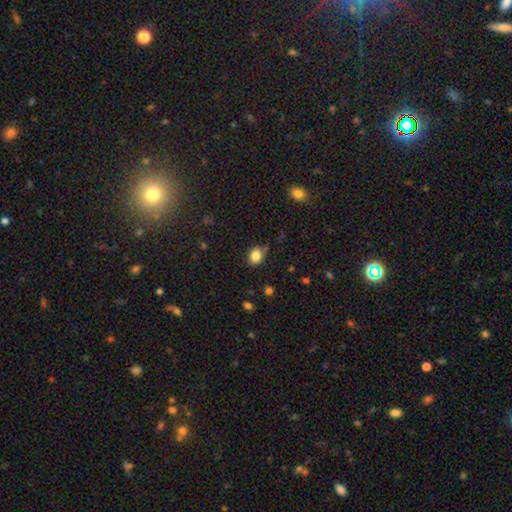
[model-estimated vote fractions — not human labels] Overall: smooth (84%). How rounded: in between (50%; round 49%). Merging: none (74%).